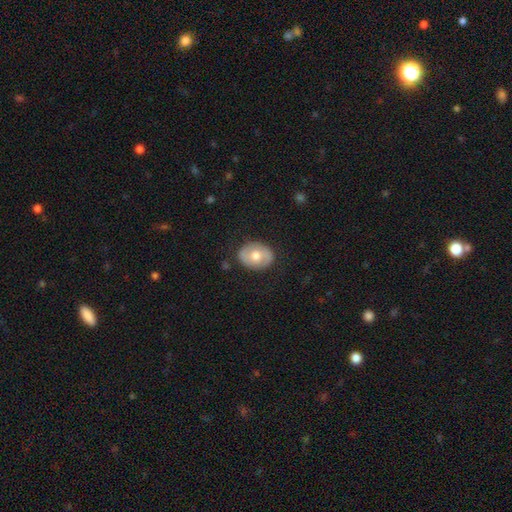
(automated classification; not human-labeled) A smooth galaxy with no disk features (57%) that is in between round and cigar-shaped (65%). Merging: none (83%).